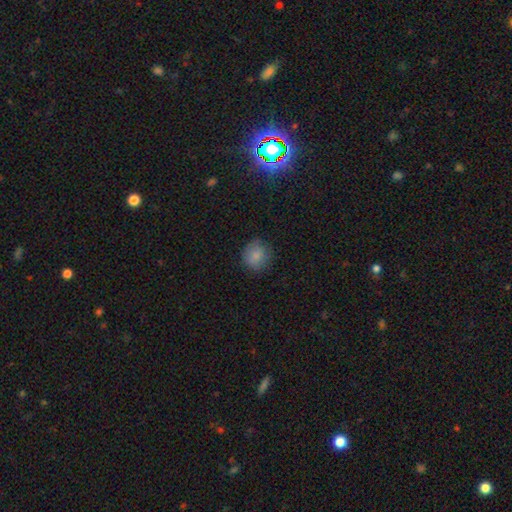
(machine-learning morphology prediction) Q: Smooth or featured?
A: smooth (85%); runner-up: star or artifact (9%)
Q: How rounded?
A: round (87%); runner-up: in between (12%)
Q: Merging?
A: none (82%); runner-up: minor disturbance (14%)